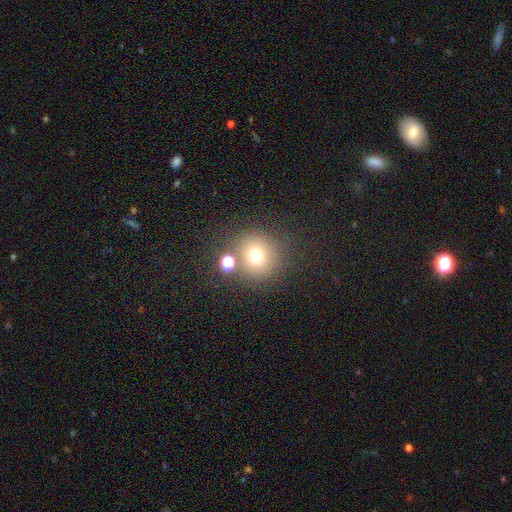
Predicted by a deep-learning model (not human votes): Smooth or featured: smooth — 71% (star or artifact — 18%)
How rounded: round — 91% (in between — 8%)
Merging: none — 74% (merger — 12%)